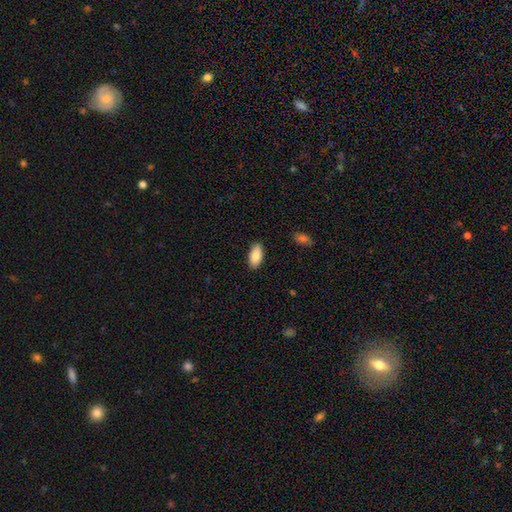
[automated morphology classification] A smooth galaxy with no disk features (87%) that is in between round and cigar-shaped (92%).

Vote fractions:
- Smooth or featured? smooth: 87% / featured or disk: 7% / star or artifact: 6%
- How rounded? in between: 92% / cigar-shaped: 6% / round: 2%
- Merging? none: 87% / minor disturbance: 10% / major disturbance: 2% / merger: 1%